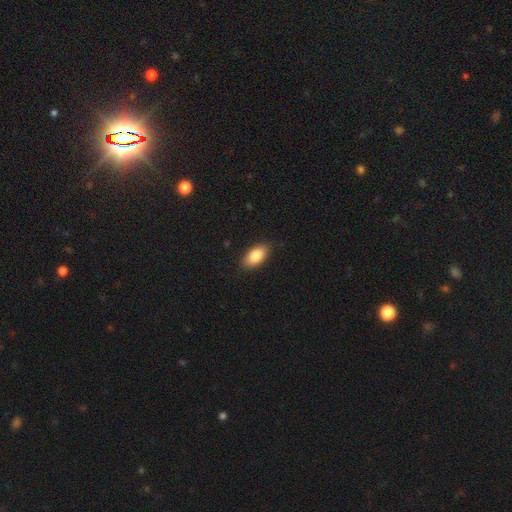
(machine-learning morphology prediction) Q: Smooth or featured?
A: smooth (85%); runner-up: featured or disk (9%)
Q: How rounded?
A: in between (92%); runner-up: cigar-shaped (4%)
Q: Merging?
A: none (86%); runner-up: minor disturbance (11%)